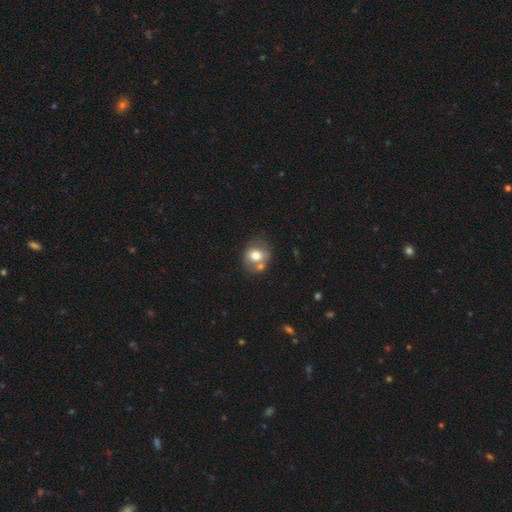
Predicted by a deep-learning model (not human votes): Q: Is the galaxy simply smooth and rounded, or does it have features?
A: smooth — 70%.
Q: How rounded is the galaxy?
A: round — 64%.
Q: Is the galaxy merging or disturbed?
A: none — 51%.